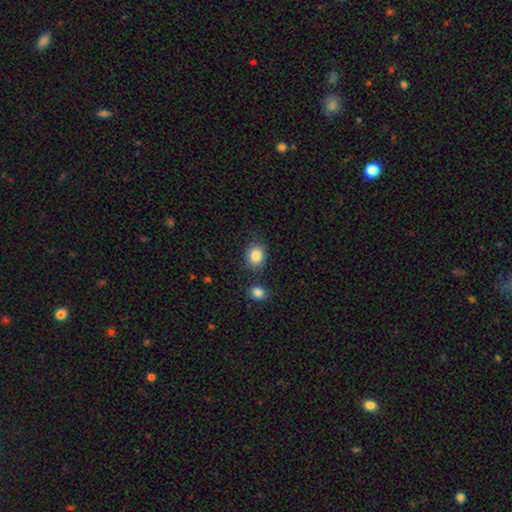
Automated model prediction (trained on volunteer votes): smooth_or_featured: smooth (p=0.86) [alt: star or artifact p=0.09]
how_rounded: round (p=0.63) [alt: in between p=0.36]
merging: none (p=0.75) [alt: minor disturbance p=0.13]